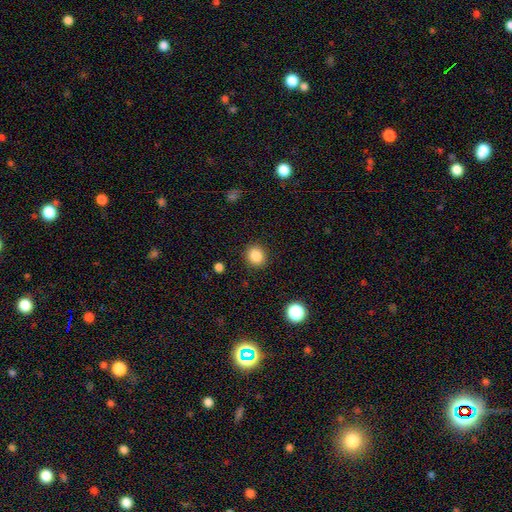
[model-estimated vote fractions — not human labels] smooth-or-featured: smooth: 86% | star or artifact: 10% | featured or disk: 4%
  how-rounded: round: 75% | in between: 24% | cigar-shaped: 1%
  merging: none: 89% | minor disturbance: 7% | major disturbance: 2% | merger: 1%